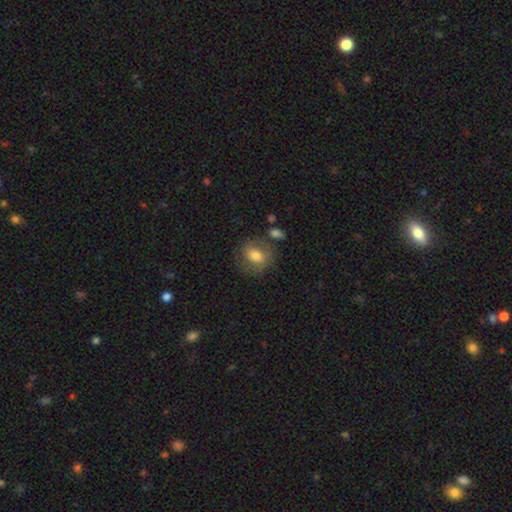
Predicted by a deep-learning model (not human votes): Smooth or featured?
  - smooth: 72% *
  - featured or disk: 20%
  - star or artifact: 8%
How rounded?
  - round: 54% *
  - in between: 44%
  - cigar-shaped: 1%
Merging?
  - none: 66% *
  - minor disturbance: 19%
  - major disturbance: 9%
  - merger: 6%